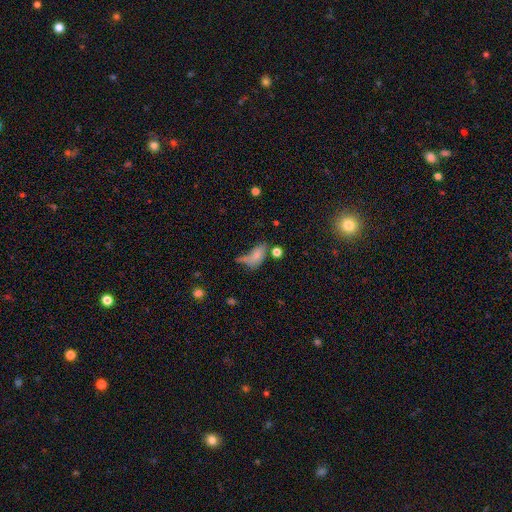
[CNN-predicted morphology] type=smooth (68%); roundness=in between (80%); merging=none (29%).